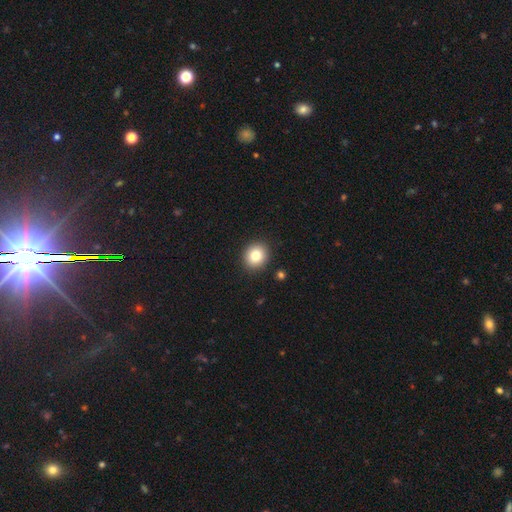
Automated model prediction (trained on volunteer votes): Smooth or featured?
  - smooth: 82% *
  - star or artifact: 10%
  - featured or disk: 8%
How rounded?
  - round: 80% *
  - in between: 19%
  - cigar-shaped: 1%
Merging?
  - none: 90% *
  - minor disturbance: 6%
  - major disturbance: 2%
  - merger: 2%